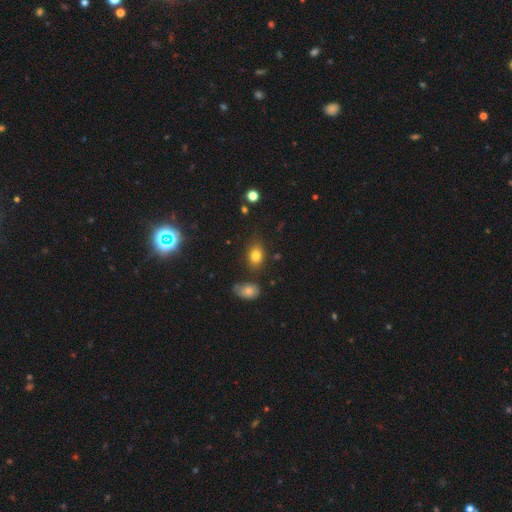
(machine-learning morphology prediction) This is likely a smooth galaxy (80%). How rounded: likely in between (72%). Merging: likely none (75%).